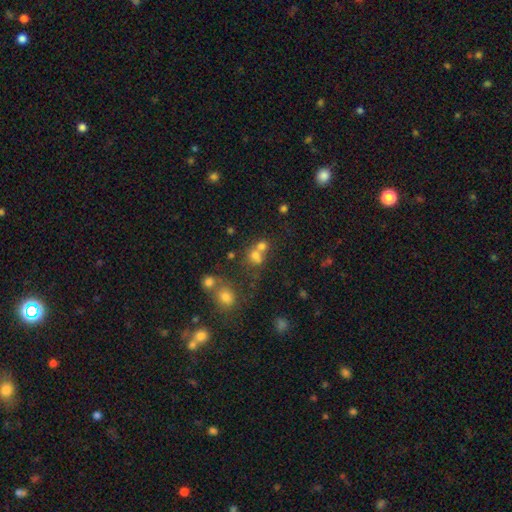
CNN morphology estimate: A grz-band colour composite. It shows a smooth galaxy with no disk features (65%) that is round (67%). Merging: merger (51%).